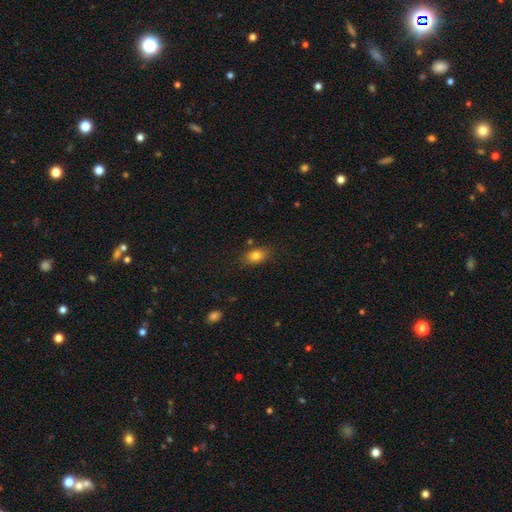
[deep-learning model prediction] Morphology: type=smooth (81%); roundness=in between (76%); merging=none (80%).